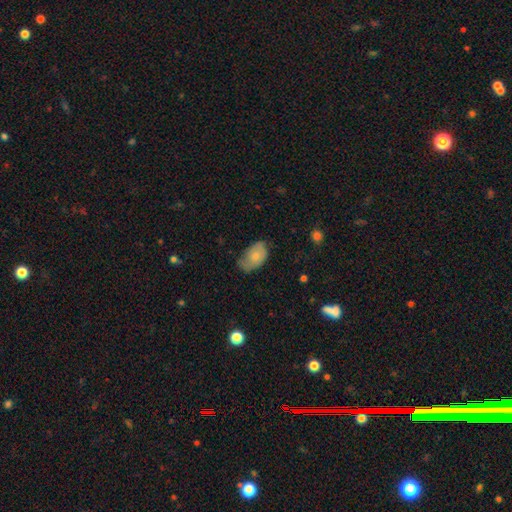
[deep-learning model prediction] Smooth or featured? smooth (71%)
How rounded? in between (90%)
Merging? none (46%)